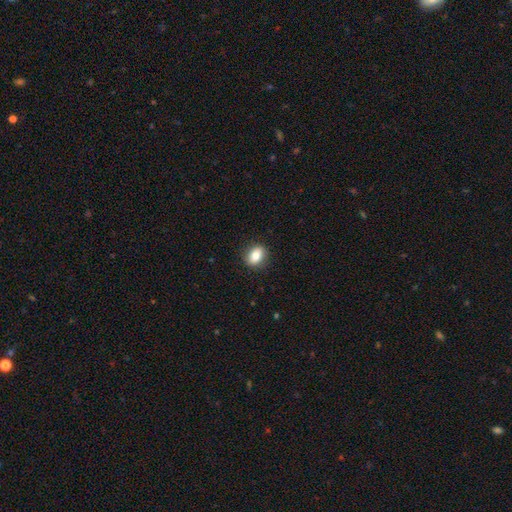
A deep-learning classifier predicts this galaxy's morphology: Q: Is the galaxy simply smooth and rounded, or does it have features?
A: smooth — 79%.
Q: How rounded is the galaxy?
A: in between — 64%.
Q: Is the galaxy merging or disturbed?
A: none — 88%.